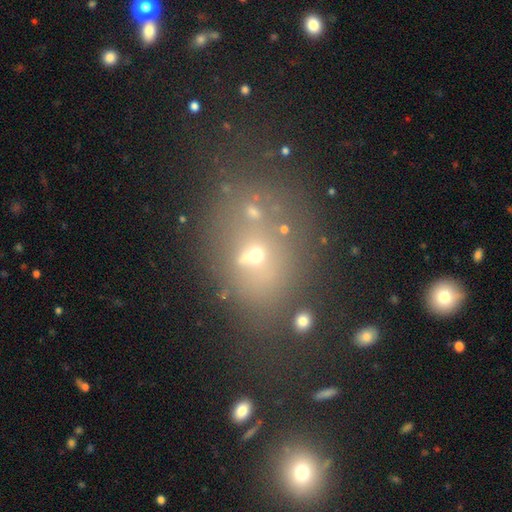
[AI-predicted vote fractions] Q: Smooth or featured?
A: smooth (48%); runner-up: star or artifact (30%)
Q: Merging?
A: none (57%); runner-up: merger (18%)